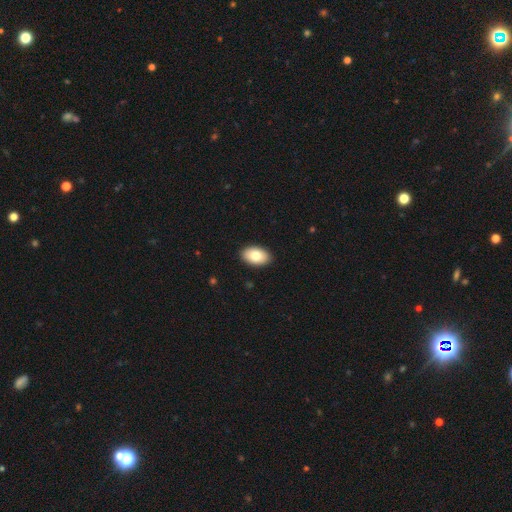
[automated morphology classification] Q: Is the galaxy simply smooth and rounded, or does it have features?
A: smooth — 81%.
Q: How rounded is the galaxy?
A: in between — 93%.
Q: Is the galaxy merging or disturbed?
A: none — 90%.